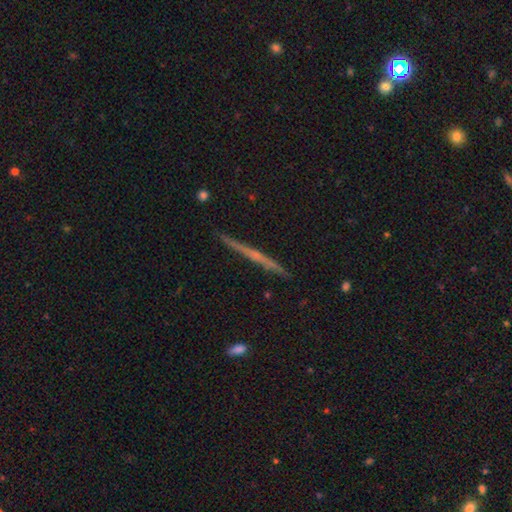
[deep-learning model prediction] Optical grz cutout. It shows a featured or disk galaxy (66%) viewed edge-on (98%) with no central bulge (69%). Merging: none (91%).